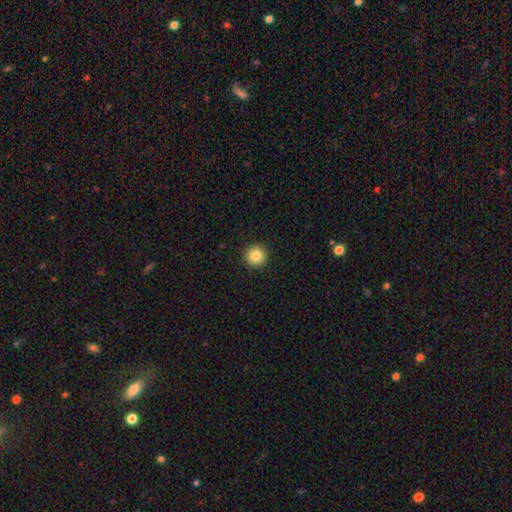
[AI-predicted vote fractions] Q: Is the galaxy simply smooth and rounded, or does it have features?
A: smooth — 84%.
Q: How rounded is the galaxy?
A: round — 96%.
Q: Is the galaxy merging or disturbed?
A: none — 93%.